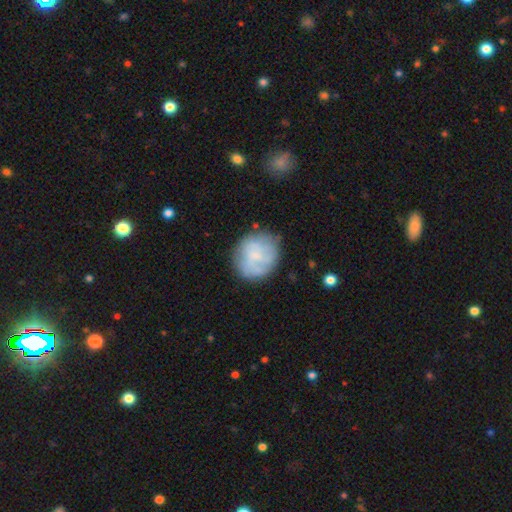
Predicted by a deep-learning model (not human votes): The model was most divided on "smooth or featured": smooth: 54%, featured or disk: 39%, star or artifact: 8%. More confident: how rounded — round (78%); merging — none (69%).